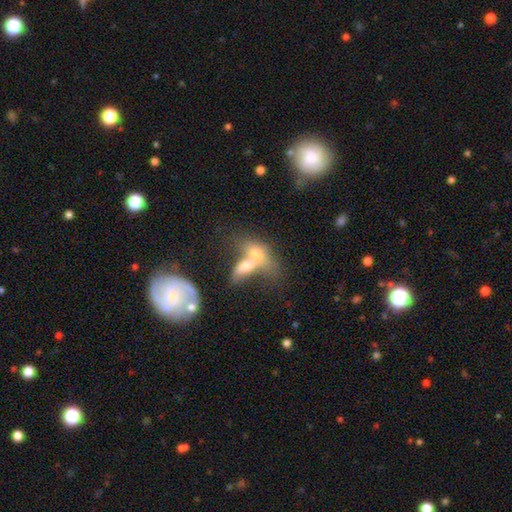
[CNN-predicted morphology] Smooth or featured? smooth (53%)
How rounded? in between (73%)
Merging? merger (70%)